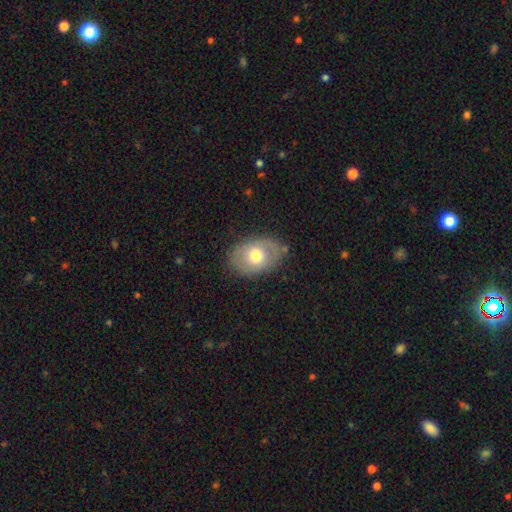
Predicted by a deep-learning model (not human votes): smooth 60%, featured or disk 32%, star or artifact 7%. Down the decision tree: how rounded — in between (80%); merging — none (76%).